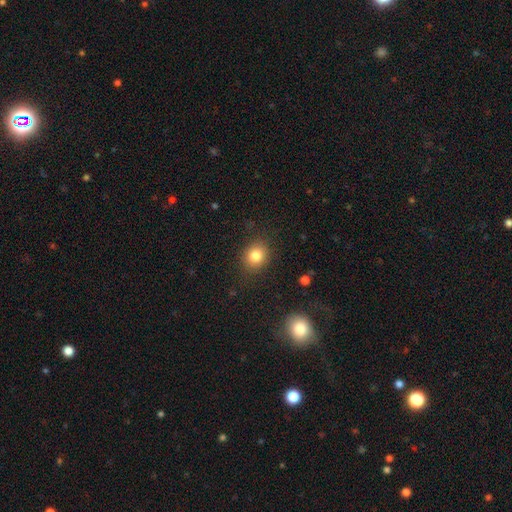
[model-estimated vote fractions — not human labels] A smooth galaxy with no disk features (83%) that is round (69%). Merging: none (86%).